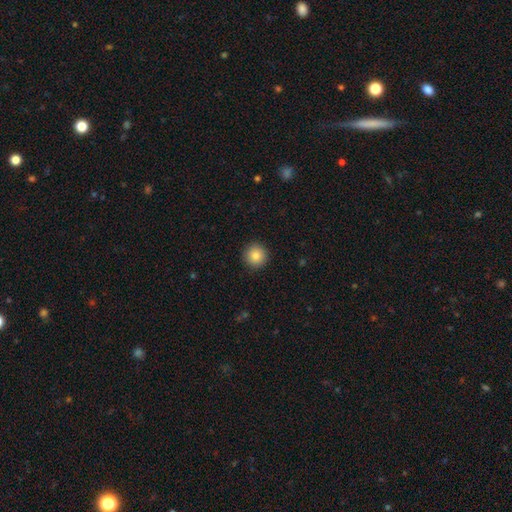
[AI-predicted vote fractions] Morphology: type=smooth (85%); roundness=round (95%); merging=none (93%).